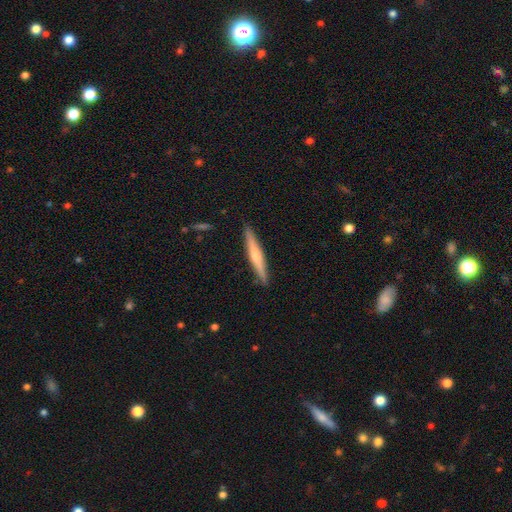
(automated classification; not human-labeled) smooth_or_featured: smooth (p=0.48) [alt: featured or disk p=0.47]
merging: none (p=0.90) [alt: minor disturbance p=0.07]